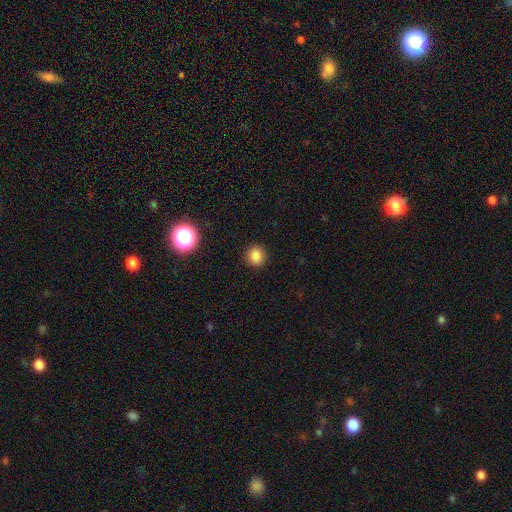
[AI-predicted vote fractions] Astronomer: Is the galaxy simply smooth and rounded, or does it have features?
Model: smooth — 83%.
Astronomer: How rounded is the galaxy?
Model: round — 87%.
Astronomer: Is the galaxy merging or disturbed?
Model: none — 90%.